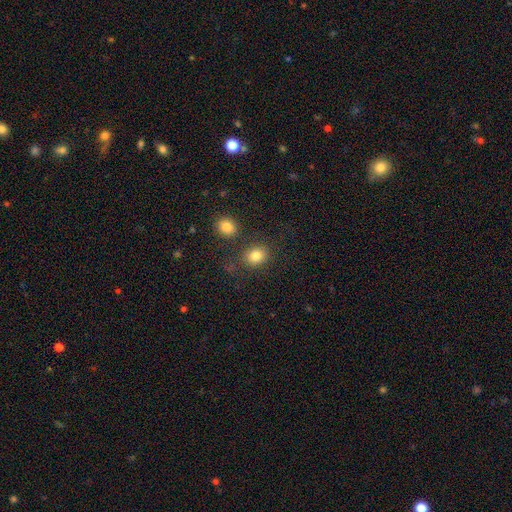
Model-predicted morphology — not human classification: type=smooth (83%); roundness=round (57%); merging=none (75%).